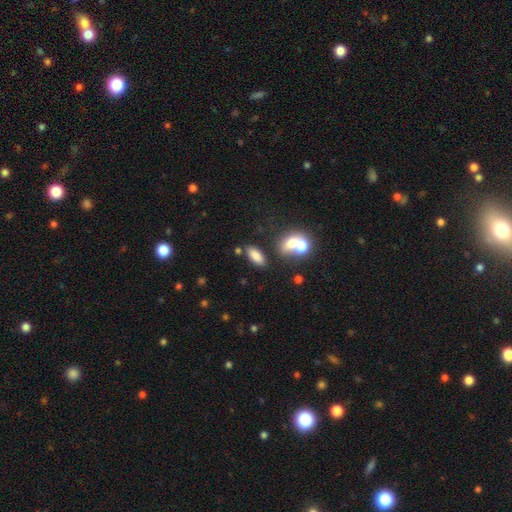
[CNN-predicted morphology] Smooth or featured?
  - smooth: 82% *
  - star or artifact: 10%
  - featured or disk: 8%
How rounded?
  - in between: 80% *
  - cigar-shaped: 15%
  - round: 5%
Merging?
  - none: 75% *
  - merger: 11%
  - minor disturbance: 10%
  - major disturbance: 4%